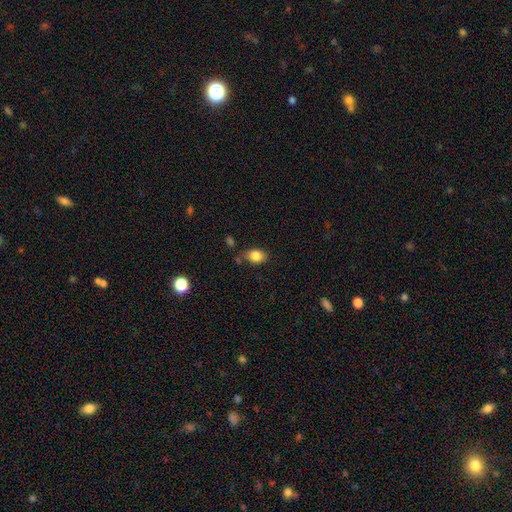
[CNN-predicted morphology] Q: Smooth or featured?
A: smooth (84%); runner-up: star or artifact (9%)
Q: How rounded?
A: in between (72%); runner-up: round (27%)
Q: Merging?
A: none (68%); runner-up: minor disturbance (19%)